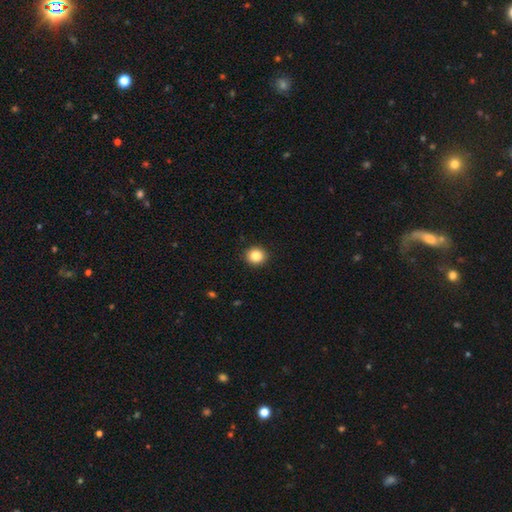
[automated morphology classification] smooth-or-featured: smooth: 86% | star or artifact: 10% | featured or disk: 4%
  how-rounded: round: 86% | in between: 13% | cigar-shaped: 1%
  merging: none: 92% | minor disturbance: 5% | major disturbance: 2% | merger: 1%